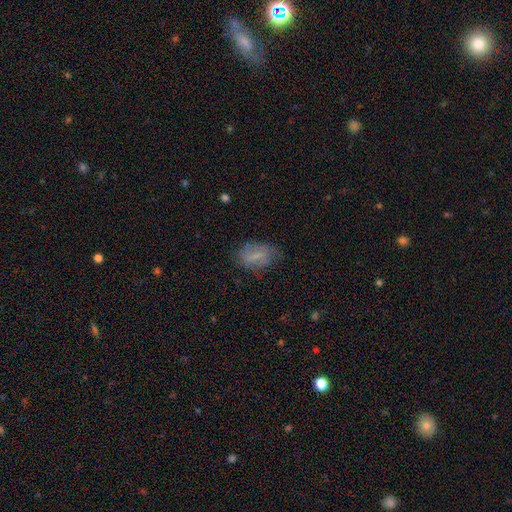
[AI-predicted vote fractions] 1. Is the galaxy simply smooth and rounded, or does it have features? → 57% smooth, 34% featured or disk, 10% star or artifact.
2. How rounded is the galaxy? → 83% in between, 14% round, 3% cigar-shaped.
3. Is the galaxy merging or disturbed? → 66% none, 23% minor disturbance, 9% major disturbance, 2% merger.